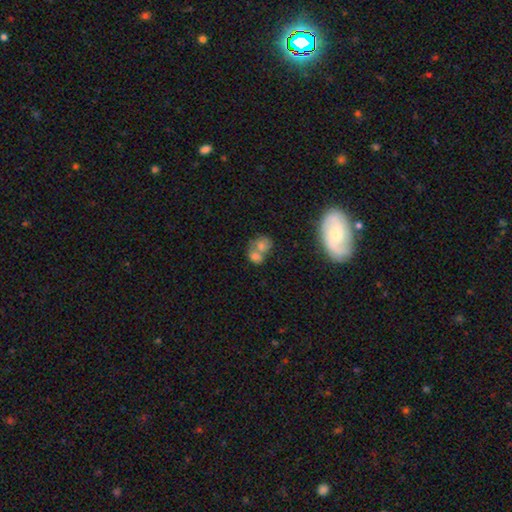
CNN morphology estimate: Q: Smooth or featured?
A: smooth (65%); runner-up: featured or disk (22%)
Q: How rounded?
A: round (51%); runner-up: in between (47%)
Q: Merging?
A: merger (54%); runner-up: none (32%)